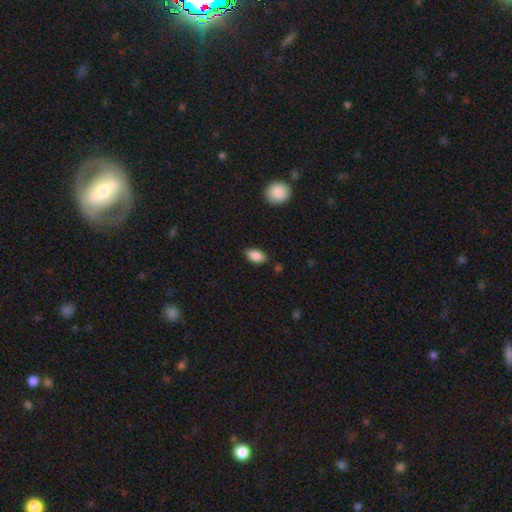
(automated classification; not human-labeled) Morphology: type=smooth (87%); roundness=in between (91%); merging=none (82%).